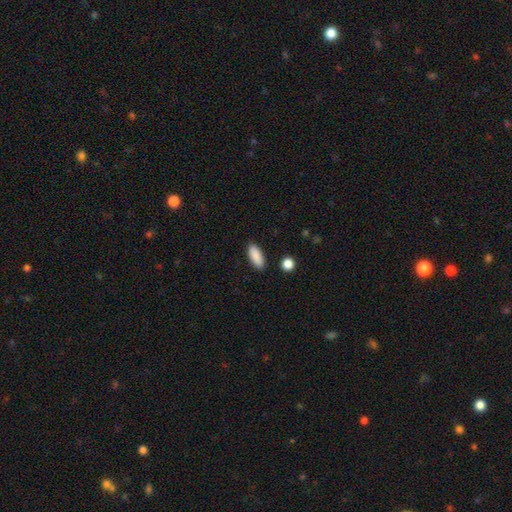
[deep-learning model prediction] This is clearly a smooth galaxy (89%). How rounded: likely in between (79%). Merging: clearly none (88%).